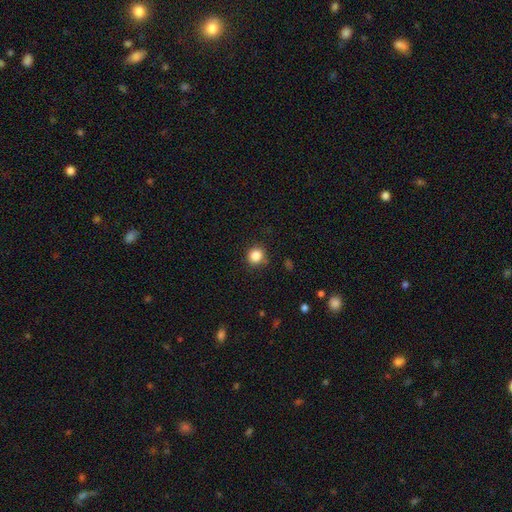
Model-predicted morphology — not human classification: Smooth or featured: smooth — 85% (star or artifact — 11%)
How rounded: round — 89% (in between — 10%)
Merging: none — 87% (minor disturbance — 9%)